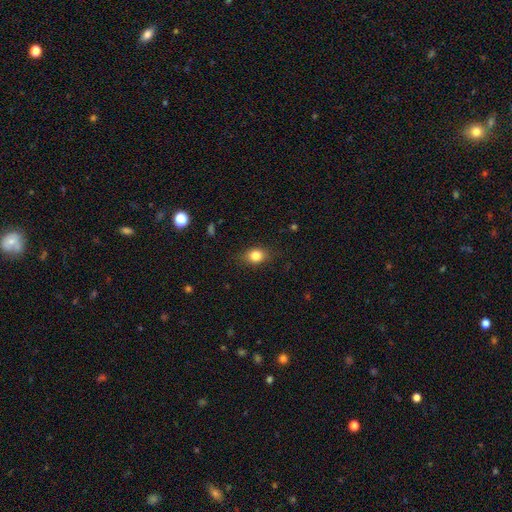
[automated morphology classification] This is clearly a smooth galaxy (82%). How rounded: possibly in between (54%). Merging: clearly none (82%).